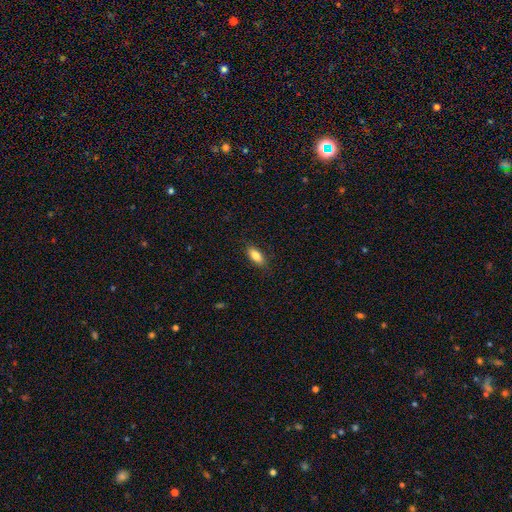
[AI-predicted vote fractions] Overall: smooth (84%). How rounded: in between (84%). Merging: none (86%).